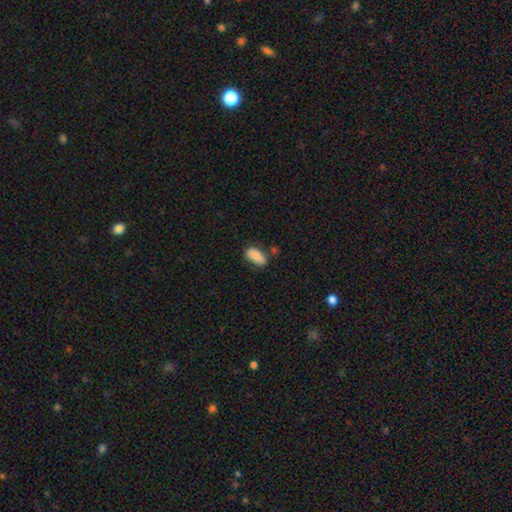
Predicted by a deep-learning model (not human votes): Smooth or featured? smooth (83%)
How rounded? in between (91%)
Merging? none (70%)